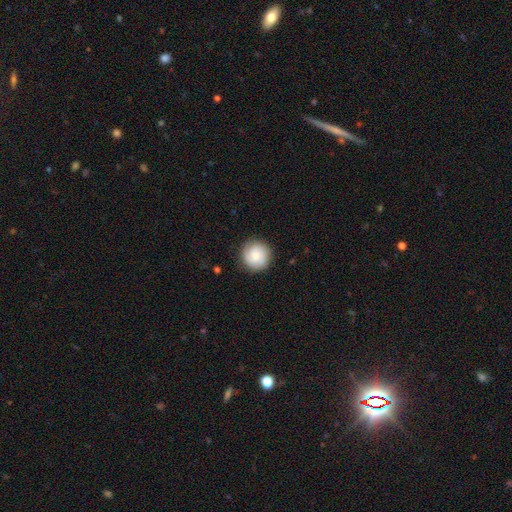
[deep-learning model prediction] Morphology: type=smooth (69%); roundness=round (95%); merging=none (88%).